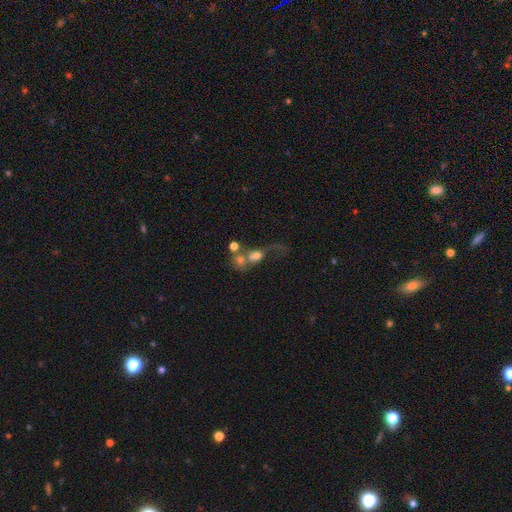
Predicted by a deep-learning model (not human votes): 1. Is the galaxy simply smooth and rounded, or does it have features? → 55% smooth, 30% featured or disk, 15% star or artifact.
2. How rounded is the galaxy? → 61% round, 35% in between, 3% cigar-shaped.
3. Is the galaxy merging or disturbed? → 58% merger, 19% major disturbance, 16% none, 7% minor disturbance.